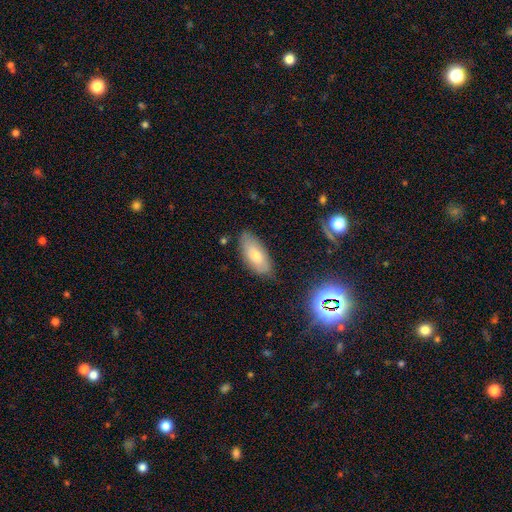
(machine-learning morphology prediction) smooth_or_featured: smooth (p=0.70) [alt: featured or disk p=0.22]
how_rounded: in between (p=0.87) [alt: cigar-shaped p=0.11]
merging: none (p=0.79) [alt: minor disturbance p=0.16]